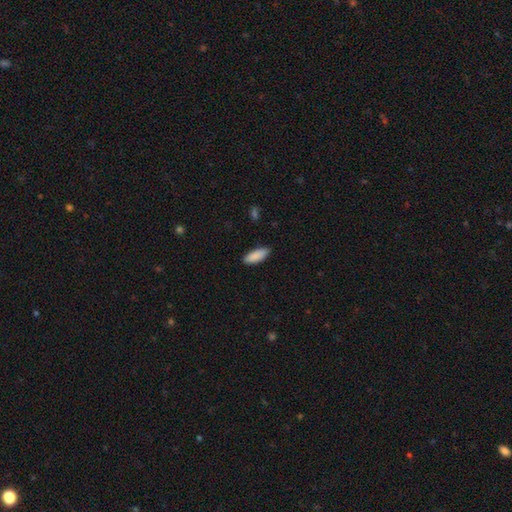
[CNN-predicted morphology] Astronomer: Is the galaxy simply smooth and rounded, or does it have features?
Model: smooth — 90%.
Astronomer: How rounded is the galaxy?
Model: in between — 67%.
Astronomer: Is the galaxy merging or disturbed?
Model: none — 87%.